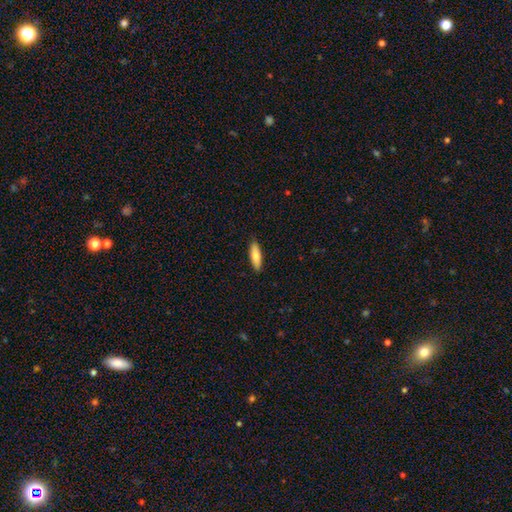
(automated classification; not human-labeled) smooth-or-featured: smooth: 77% | featured or disk: 17% | star or artifact: 6%
  how-rounded: cigar-shaped: 55% | in between: 43% | round: 2%
  merging: none: 88% | minor disturbance: 9% | major disturbance: 2% | merger: 1%